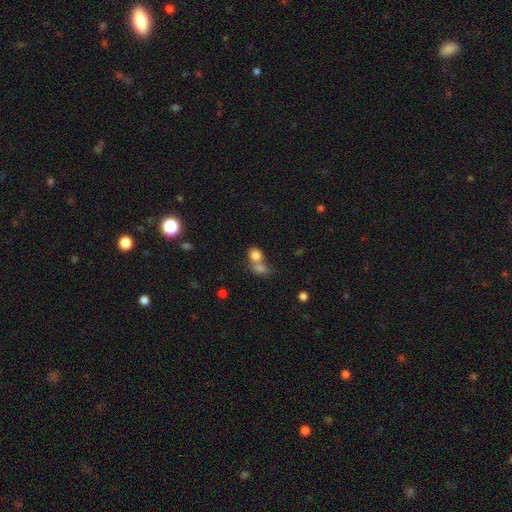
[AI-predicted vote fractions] Morphology: type=smooth (80%); roundness=round (55%); merging=merger (57%).